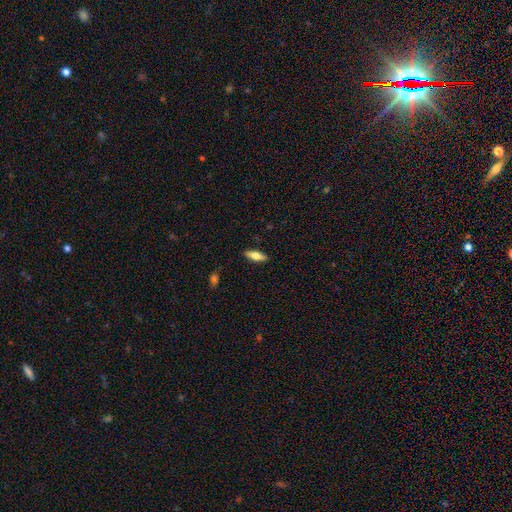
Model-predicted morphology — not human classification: type=smooth (63%); roundness=in between (59%); merging=none (88%).